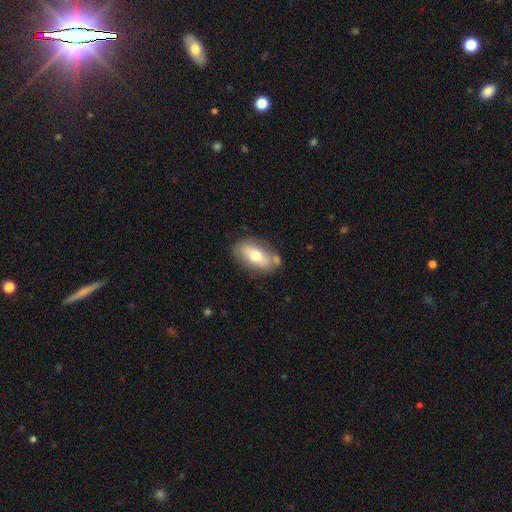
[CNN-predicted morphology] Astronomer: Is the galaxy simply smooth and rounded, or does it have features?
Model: smooth — 64%.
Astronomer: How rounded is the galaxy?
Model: in between — 89%.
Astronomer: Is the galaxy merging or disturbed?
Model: none — 68%.